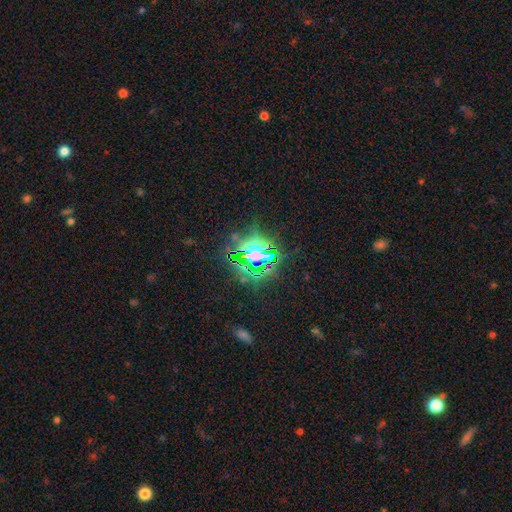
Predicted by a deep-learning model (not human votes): smooth-or-featured: star or artifact: 74% | smooth: 16% | featured or disk: 11%